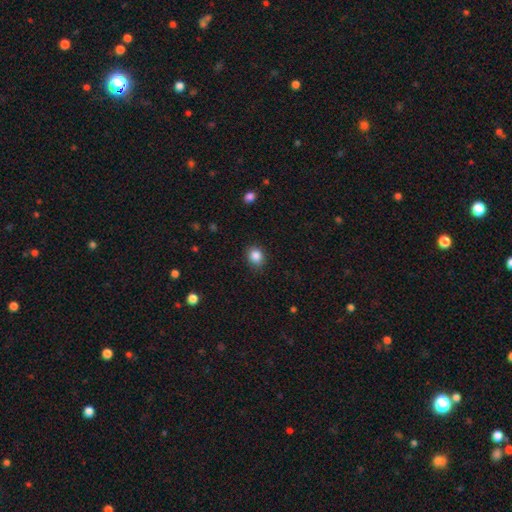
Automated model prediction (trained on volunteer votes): Overall: smooth (86%). How rounded: round (70%). Merging: none (84%).